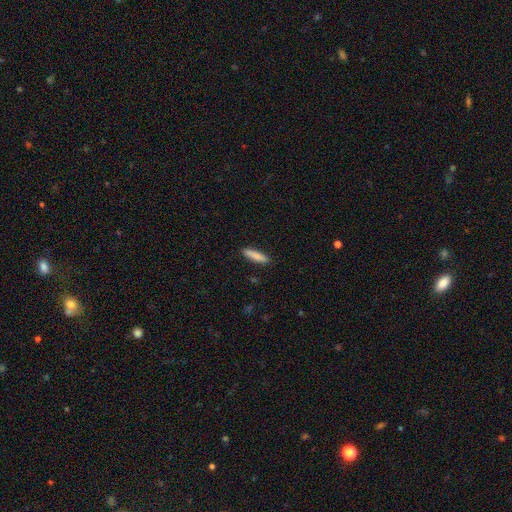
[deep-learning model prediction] This appears to be a smooth galaxy with no disk features (84%) that is cigar-shaped (81%). Merging: none (90%).